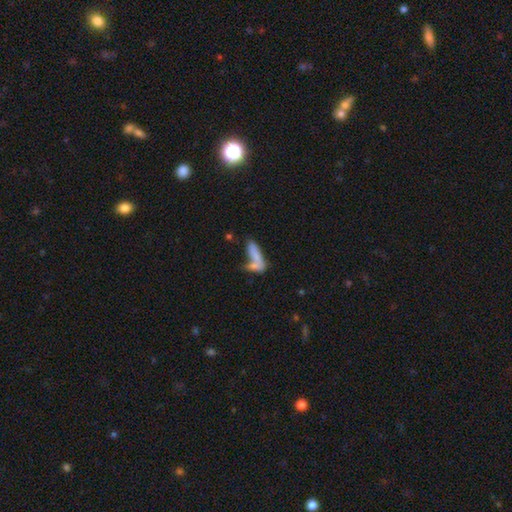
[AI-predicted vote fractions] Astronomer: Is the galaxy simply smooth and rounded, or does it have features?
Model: smooth — 72%.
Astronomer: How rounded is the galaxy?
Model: cigar-shaped — 58% (runner-up: in between, 39%).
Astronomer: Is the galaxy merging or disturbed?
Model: merger — 46% (runner-up: none, 32%).